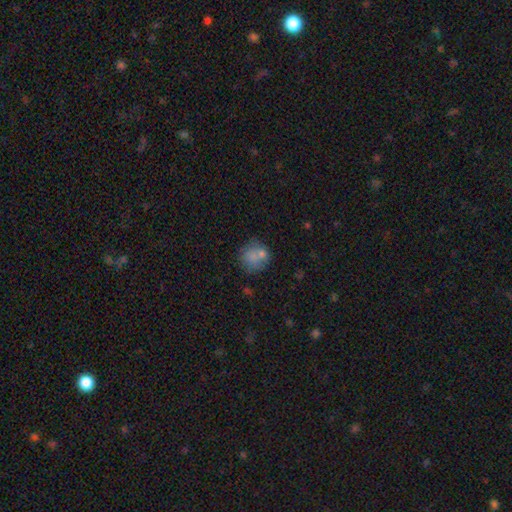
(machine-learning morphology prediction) This appears to be a smooth galaxy with no disk features (76%) that is round (84%). Merging: none (56%).